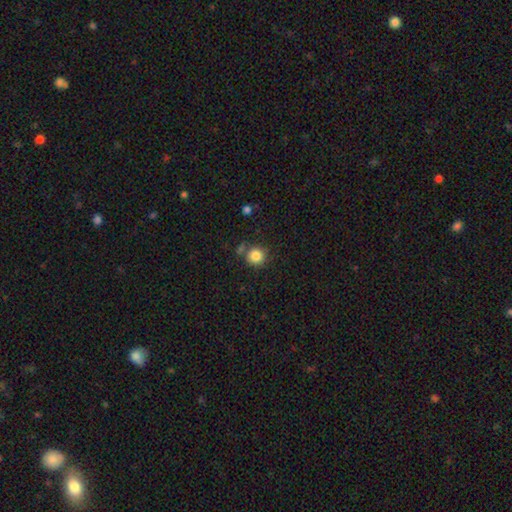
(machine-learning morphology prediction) smooth-or-featured: smooth: 84% | star or artifact: 11% | featured or disk: 5%
  how-rounded: round: 90% | in between: 9% | cigar-shaped: 1%
  merging: none: 73% | minor disturbance: 12% | merger: 11% | major disturbance: 4%